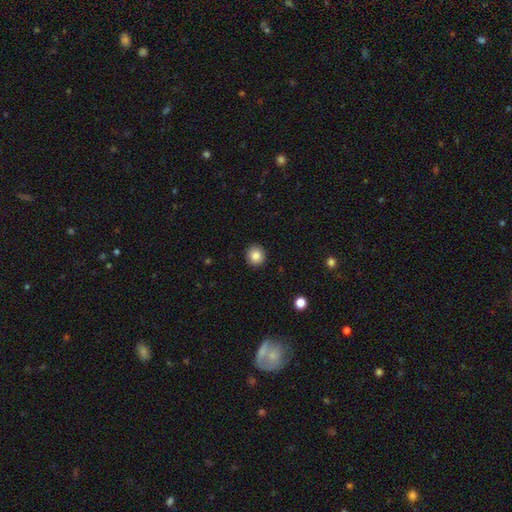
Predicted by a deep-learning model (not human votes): Q: Smooth or featured?
A: smooth (86%); runner-up: star or artifact (9%)
Q: How rounded?
A: round (92%); runner-up: in between (7%)
Q: Merging?
A: none (91%); runner-up: minor disturbance (6%)